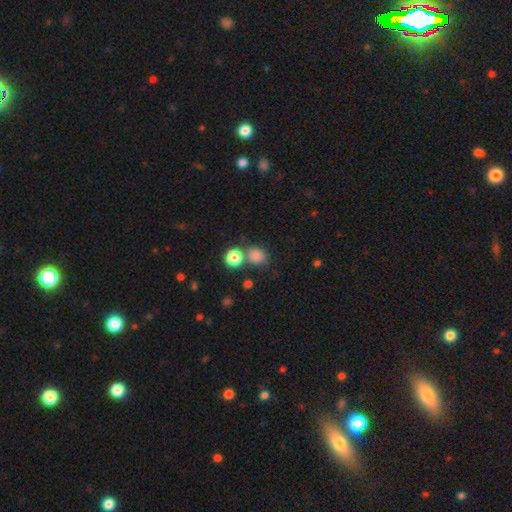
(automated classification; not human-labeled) Q: Smooth or featured?
A: smooth (82%); runner-up: star or artifact (13%)
Q: How rounded?
A: round (75%); runner-up: in between (24%)
Q: Merging?
A: none (63%); runner-up: merger (23%)